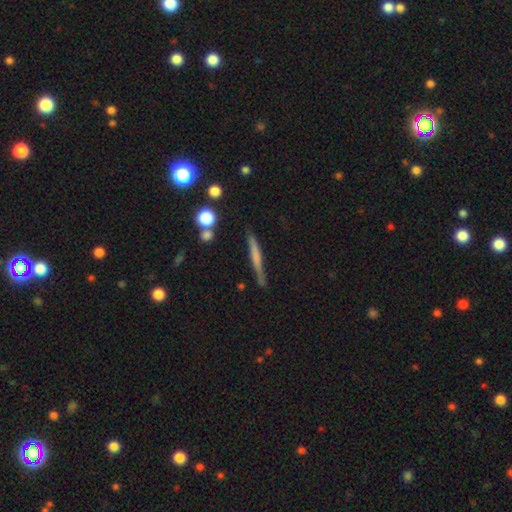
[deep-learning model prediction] smooth_or_featured: smooth (p=0.47) [alt: featured or disk p=0.46]
merging: none (p=0.82) [alt: minor disturbance p=0.12]